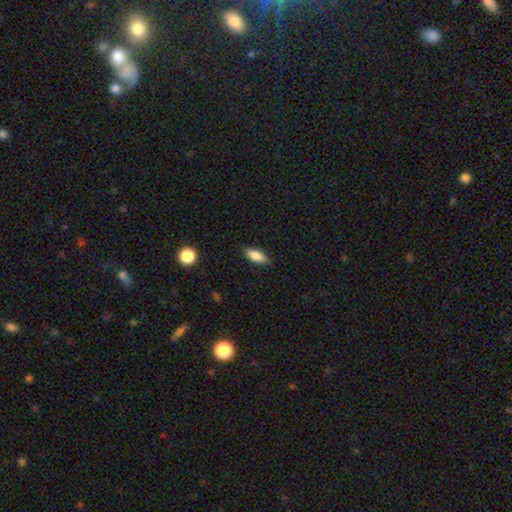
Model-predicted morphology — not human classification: This appears to be a smooth galaxy with no disk features (85%) that is in between round and cigar-shaped (83%). Merging: none (85%).